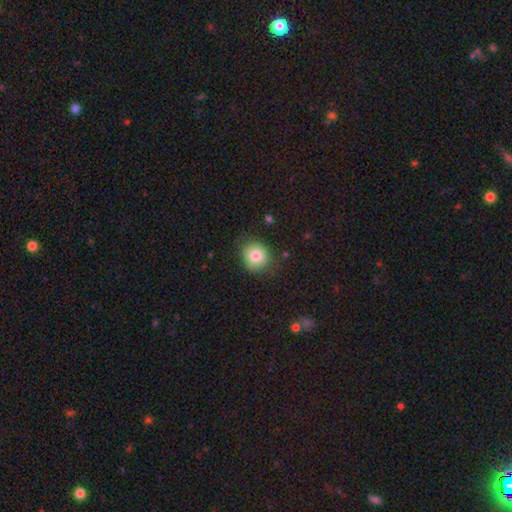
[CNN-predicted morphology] The model was most divided on "how rounded": round: 80%, in between: 19%, cigar-shaped: 1%. More confident: smooth or featured — smooth (82%); merging — none (78%).